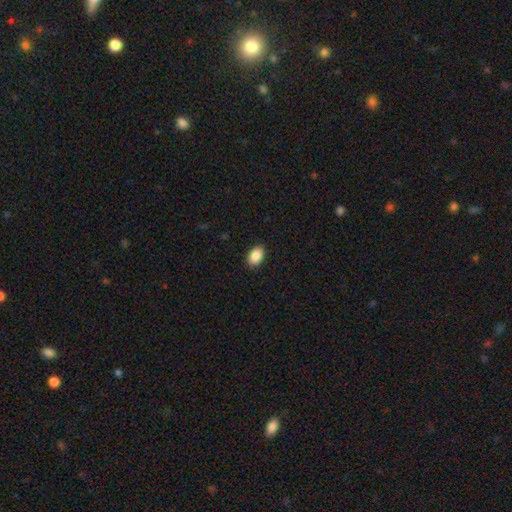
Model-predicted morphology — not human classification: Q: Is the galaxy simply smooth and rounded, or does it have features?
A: smooth — 89%.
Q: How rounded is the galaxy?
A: in between — 87%.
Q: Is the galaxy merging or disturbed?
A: none — 90%.